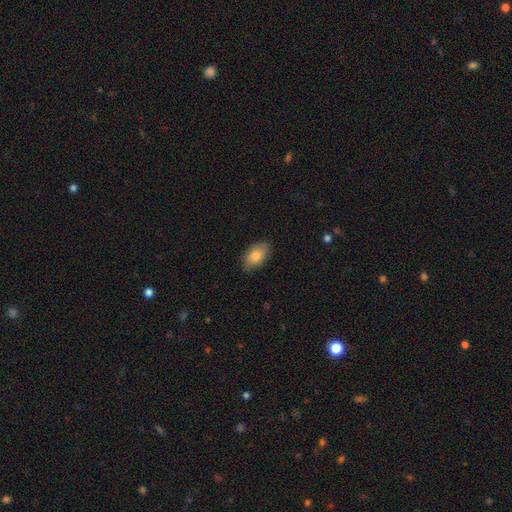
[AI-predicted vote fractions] Overall: smooth (81%). How rounded: in between (92%). Merging: none (80%).